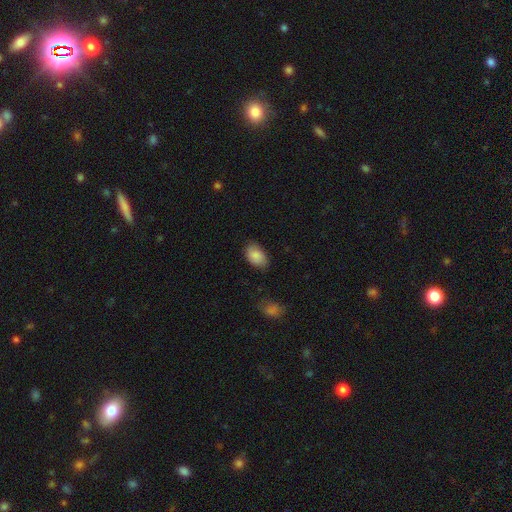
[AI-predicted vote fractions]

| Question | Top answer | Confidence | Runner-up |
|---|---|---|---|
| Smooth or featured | smooth | 86% | featured or disk (7%) |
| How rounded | in between | 91% | round (8%) |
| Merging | none | 75% | minor disturbance (19%) |